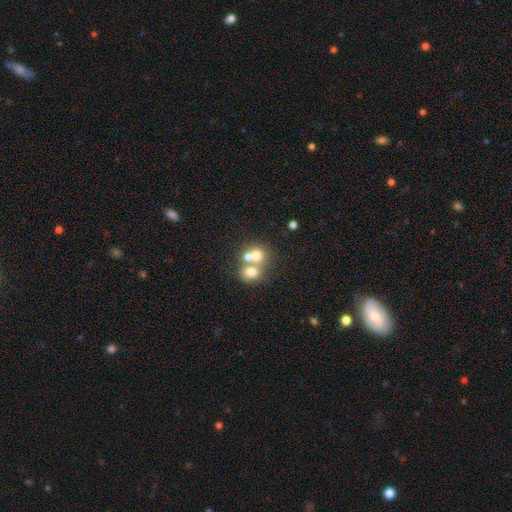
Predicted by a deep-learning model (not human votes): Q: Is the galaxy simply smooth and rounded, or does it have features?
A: smooth — 64%.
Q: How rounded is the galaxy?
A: round — 72%.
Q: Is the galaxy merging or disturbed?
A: merger — 63%.